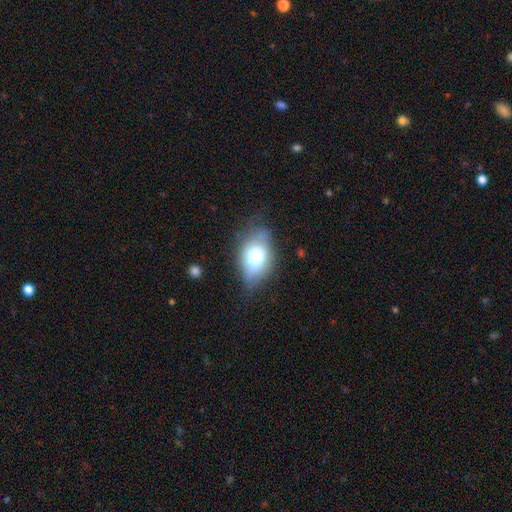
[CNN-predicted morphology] Overall: smooth (66%). How rounded: in between (77%). Merging: none (61%; minor disturbance 27%).